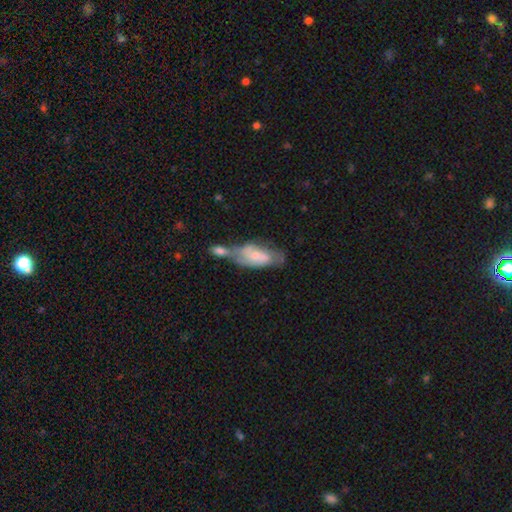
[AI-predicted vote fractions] Smooth or featured? Predicted: featured or disk (p=0.49). Merging? Predicted: merger (p=0.52).